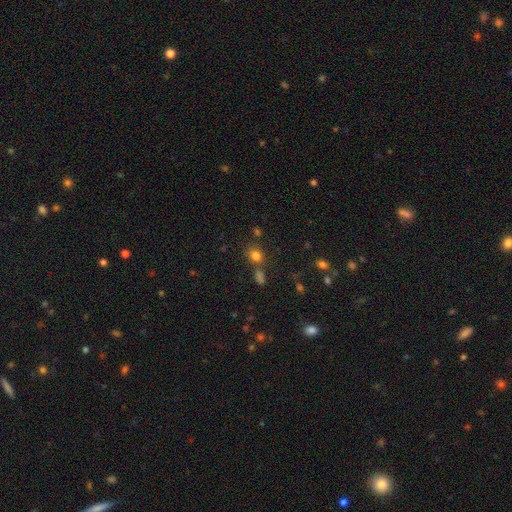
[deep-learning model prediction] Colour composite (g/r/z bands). It shows a smooth galaxy with no disk features (78%) that is round (70%). Merging: none (66%).